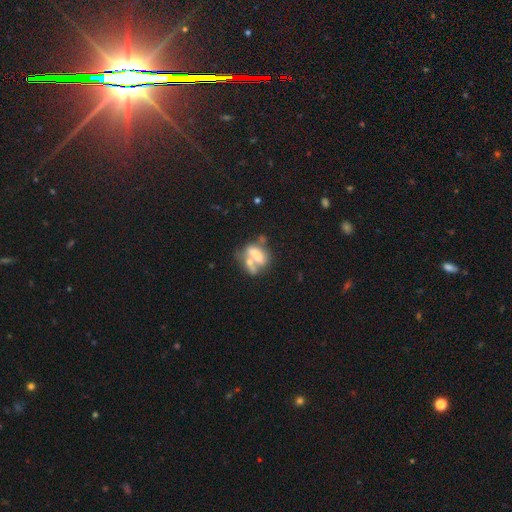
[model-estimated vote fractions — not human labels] Morphology: type=smooth (53%); roundness=in between (66%); merging=merger (51%).